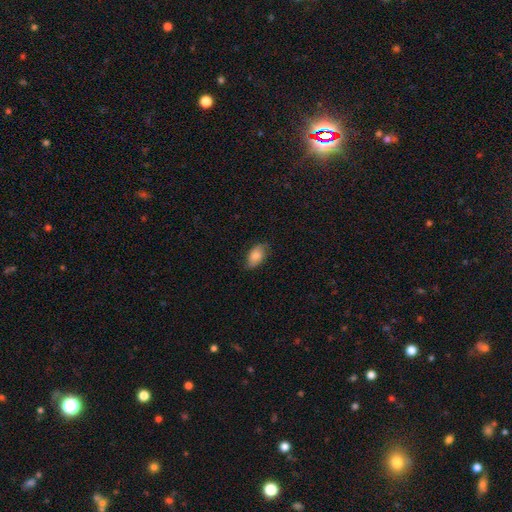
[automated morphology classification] smooth 77%, featured or disk 16%, star or artifact 7%. Down the decision tree: how rounded — in between (92%); merging — none (74%).